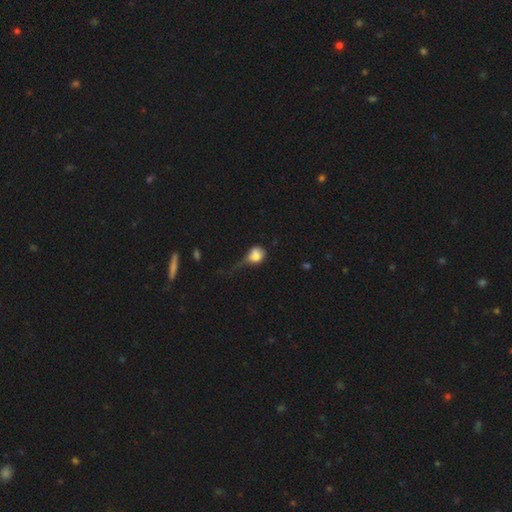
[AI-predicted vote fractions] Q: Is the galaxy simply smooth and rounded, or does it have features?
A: smooth — 75%.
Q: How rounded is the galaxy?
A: round — 57%.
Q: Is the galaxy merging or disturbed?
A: major disturbance — 42%.